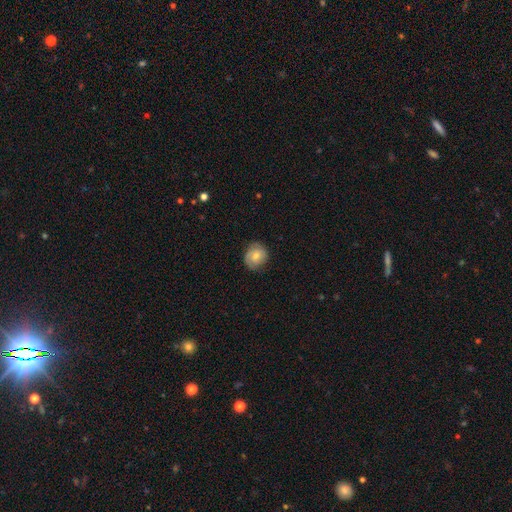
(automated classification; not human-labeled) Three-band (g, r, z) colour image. It shows a smooth galaxy with no disk features (50%) that is round (83%). Merging: none (79%).